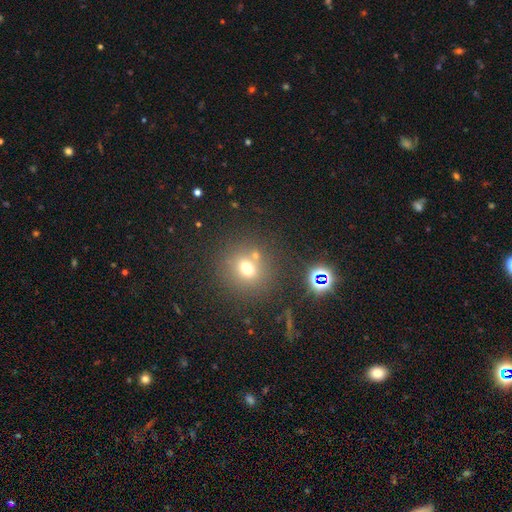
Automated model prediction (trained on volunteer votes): Q: Smooth or featured?
A: smooth (62%); runner-up: star or artifact (26%)
Q: How rounded?
A: round (85%); runner-up: in between (14%)
Q: Merging?
A: none (71%); runner-up: merger (16%)